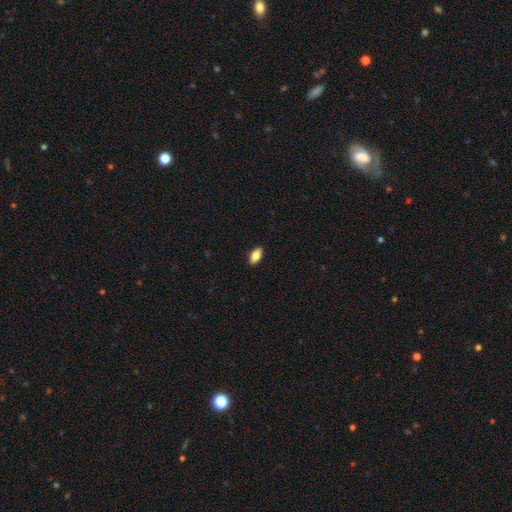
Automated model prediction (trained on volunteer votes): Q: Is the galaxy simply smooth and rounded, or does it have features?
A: smooth — 80%.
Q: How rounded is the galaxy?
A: in between — 89%.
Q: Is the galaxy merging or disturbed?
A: none — 90%.